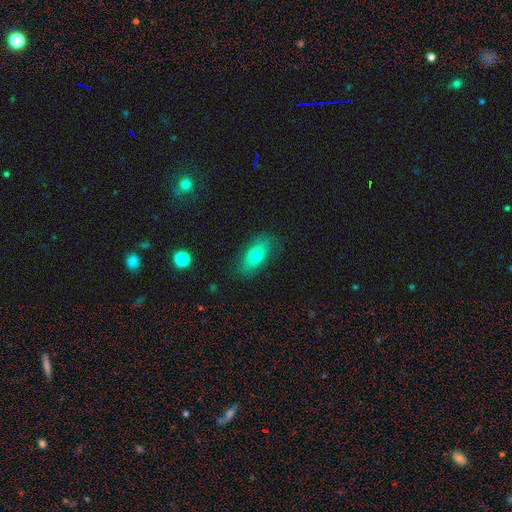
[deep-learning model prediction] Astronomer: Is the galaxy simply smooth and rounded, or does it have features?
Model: smooth — 74%.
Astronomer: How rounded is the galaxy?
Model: in between — 84%.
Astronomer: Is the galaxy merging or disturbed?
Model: none — 81%.